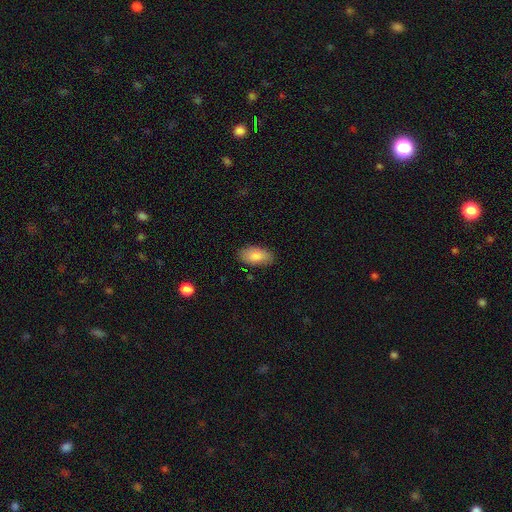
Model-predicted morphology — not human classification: smooth 84%, featured or disk 10%, star or artifact 7%. Down the decision tree: how rounded — in between (93%); merging — none (83%).